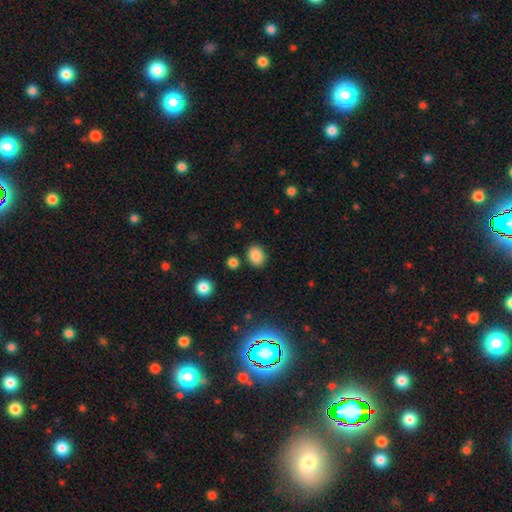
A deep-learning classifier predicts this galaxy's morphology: A smooth galaxy with no disk features (87%) that is in between round and cigar-shaped (55%).

Vote fractions:
- Smooth or featured? smooth: 87% / star or artifact: 10% / featured or disk: 4%
- How rounded? in between: 55% / round: 44% / cigar-shaped: 1%
- Merging? none: 82% / minor disturbance: 11% / merger: 4% / major disturbance: 3%